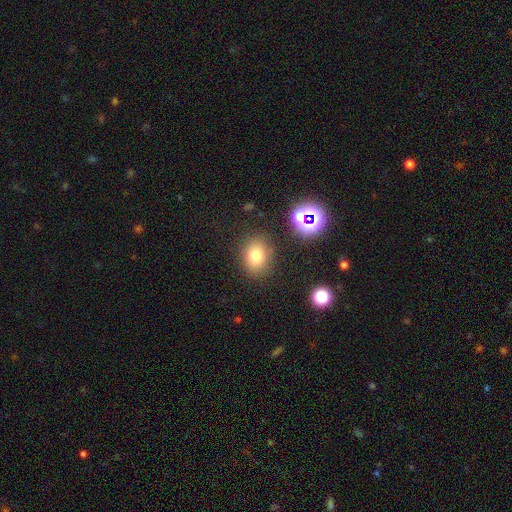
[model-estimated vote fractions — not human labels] Smooth or featured: smooth — 75% (star or artifact — 15%)
How rounded: in between — 51% (round — 48%)
Merging: none — 83% (minor disturbance — 11%)